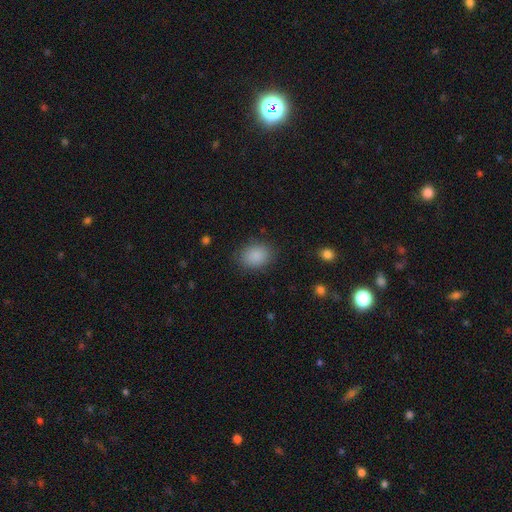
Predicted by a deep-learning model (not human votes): Smooth or featured? Predicted: smooth (p=0.87). How rounded? Predicted: in between (p=0.59). Merging? Predicted: none (p=0.85).